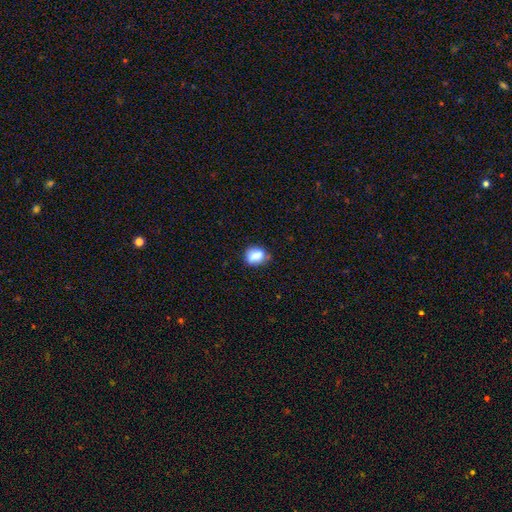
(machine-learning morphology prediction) type=smooth (85%); roundness=in between (50%); merging=none (65%).